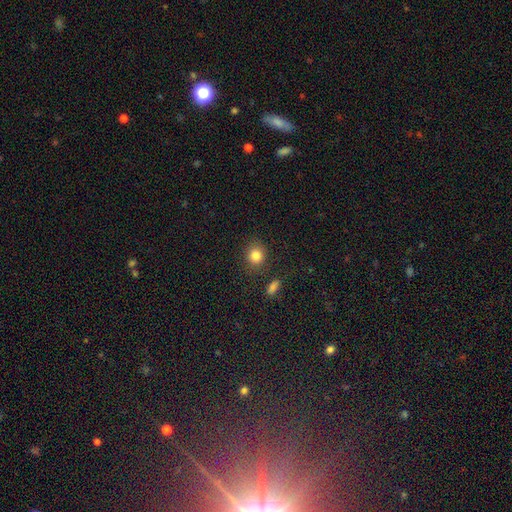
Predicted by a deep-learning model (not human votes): Q: Smooth or featured?
A: smooth (83%); runner-up: star or artifact (11%)
Q: How rounded?
A: round (80%); runner-up: in between (19%)
Q: Merging?
A: none (83%); runner-up: minor disturbance (10%)